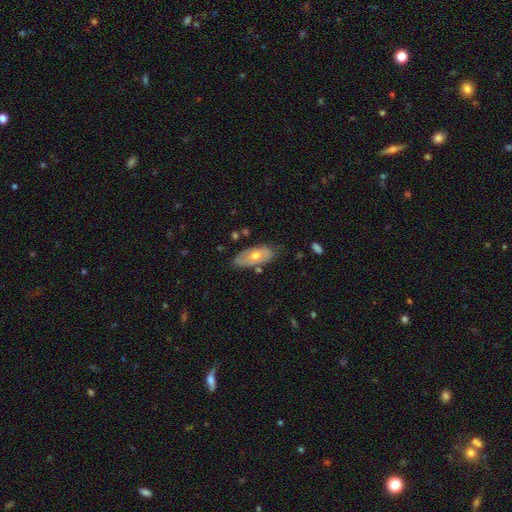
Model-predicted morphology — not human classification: Overall: featured or disk (47%; smooth 46%). Merging: none (72%).